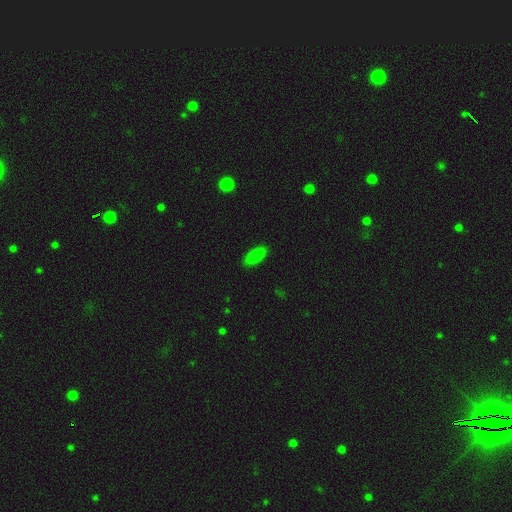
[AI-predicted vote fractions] smooth-or-featured: smooth: 86% | star or artifact: 9% | featured or disk: 4%
  how-rounded: in between: 80% | cigar-shaped: 18% | round: 2%
  merging: none: 87% | minor disturbance: 10% | major disturbance: 2% | merger: 1%